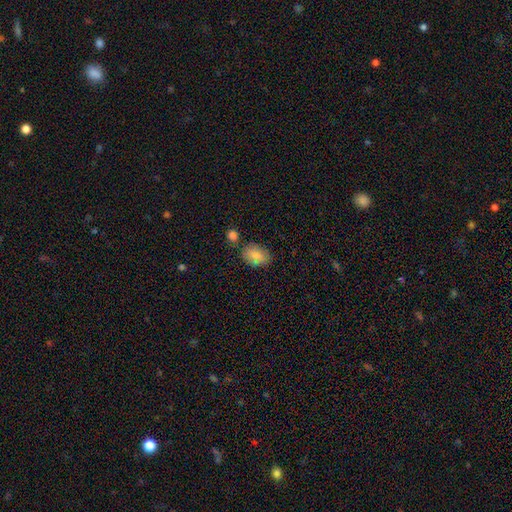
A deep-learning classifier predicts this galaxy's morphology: This is clearly a smooth galaxy (81%). How rounded: clearly in between (85%). Merging: likely none (74%).